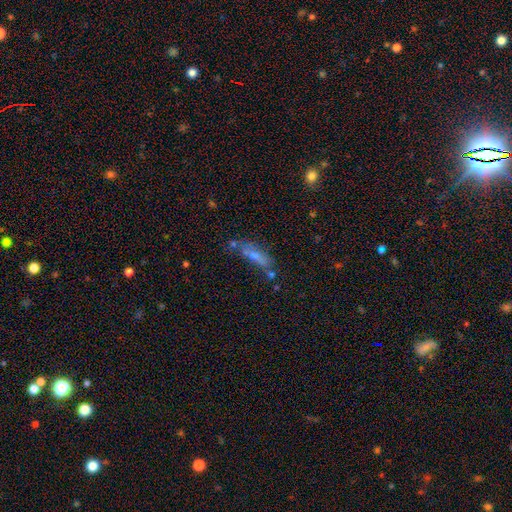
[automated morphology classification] smooth-or-featured: smooth: 48% | featured or disk: 36% | star or artifact: 16%
  merging: none: 49% | minor disturbance: 20% | merger: 19% | major disturbance: 12%